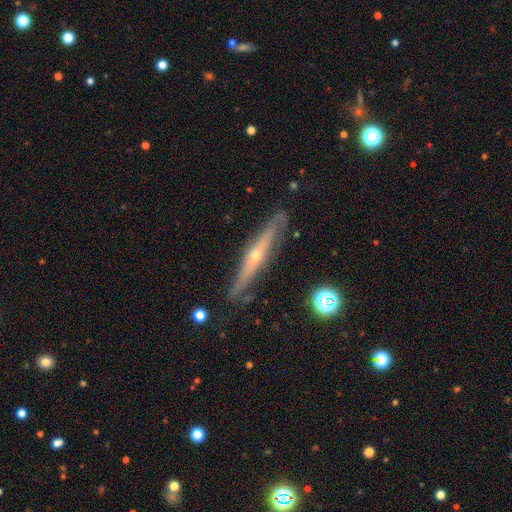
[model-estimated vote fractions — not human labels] Smooth or featured? featured or disk (77%)
Edge-on disk? yes (94%)
Edge-on bulge? rounded (82%)
Merging? none (85%)